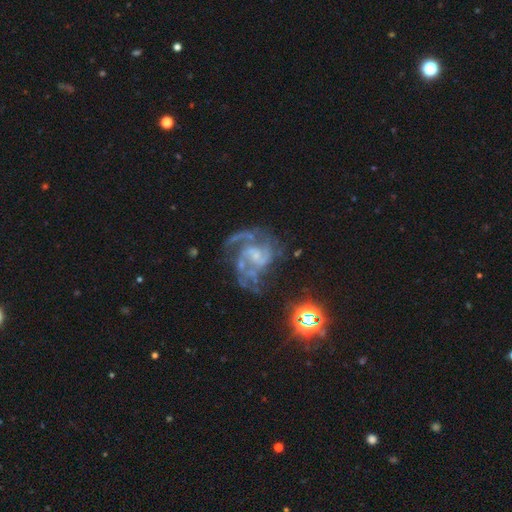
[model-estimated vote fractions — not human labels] featured or disk 85%, star or artifact 9%, smooth 6%. Down the decision tree: edge-on disk — no (98%); bar — no (52%); spiral arms — yes (94%); spiral arm count — 2 (46%); spiral winding — medium (51%); bulge size — small (55%); merging — none (48%).